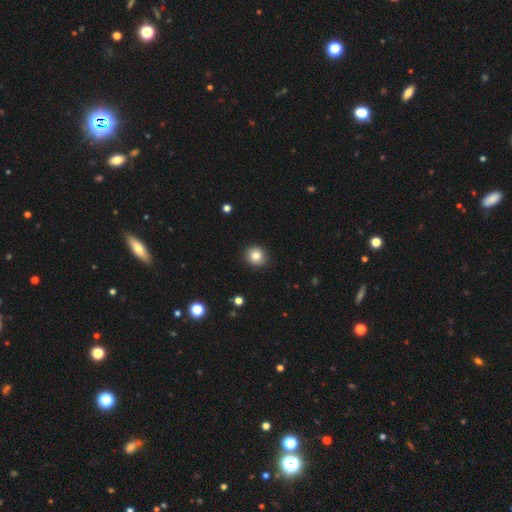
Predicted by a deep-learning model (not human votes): Overall: smooth (83%). How rounded: round (87%). Merging: none (92%).